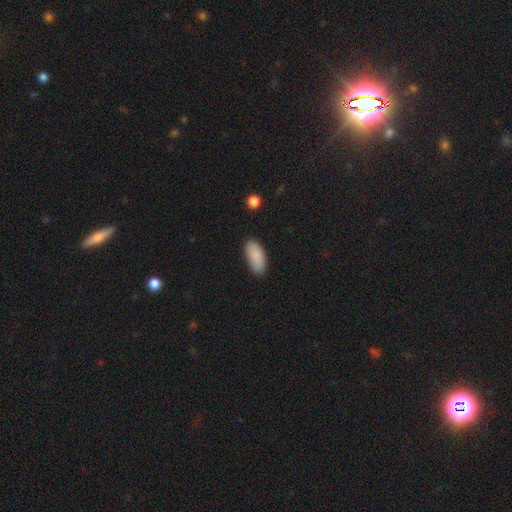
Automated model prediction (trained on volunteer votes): Smooth or featured? Predicted: smooth (p=0.88). How rounded? Predicted: in between (p=0.90). Merging? Predicted: none (p=0.81).